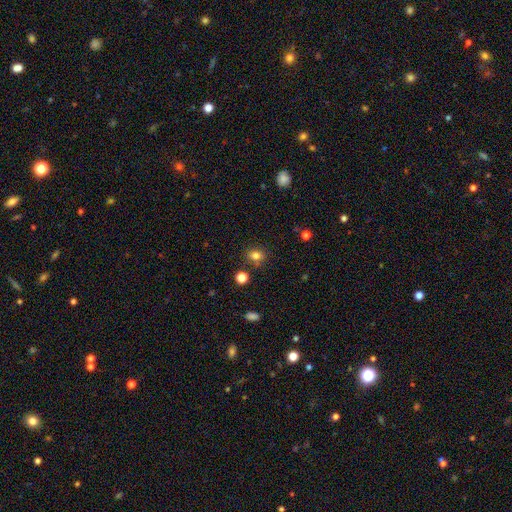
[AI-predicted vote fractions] Q: Smooth or featured?
A: smooth (78%); runner-up: star or artifact (15%)
Q: How rounded?
A: in between (52%); runner-up: round (46%)
Q: Merging?
A: none (75%); runner-up: minor disturbance (13%)